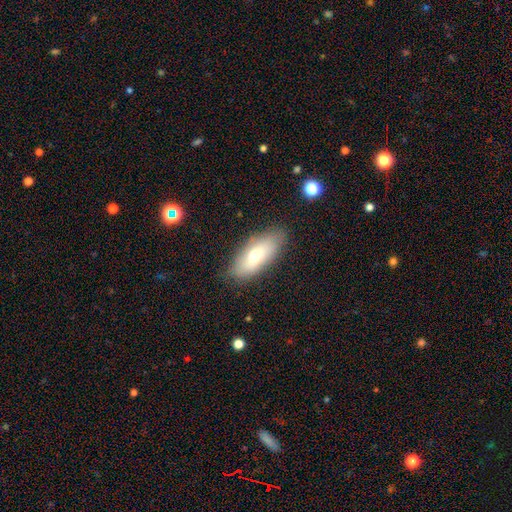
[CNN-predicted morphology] smooth_or_featured: smooth (p=0.67) [alt: featured or disk p=0.25]
how_rounded: in between (p=0.81) [alt: cigar-shaped p=0.16]
merging: none (p=0.82) [alt: minor disturbance p=0.13]